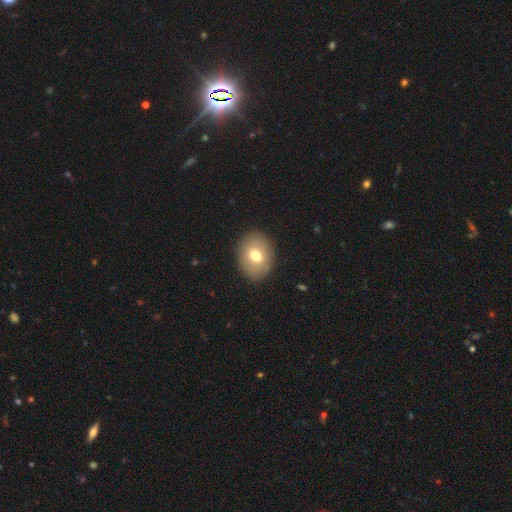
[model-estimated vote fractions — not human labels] A smooth galaxy with no disk features (71%) that is in between round and cigar-shaped (62%). Merging: none (88%).